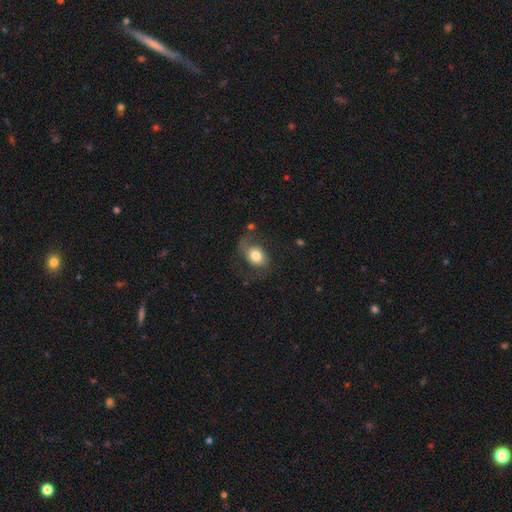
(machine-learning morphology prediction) This is likely a smooth galaxy (60%). How rounded: likely in between (66%). Merging: possibly none (50%).